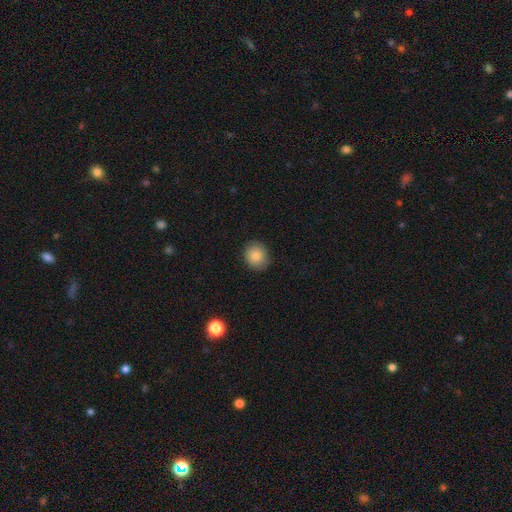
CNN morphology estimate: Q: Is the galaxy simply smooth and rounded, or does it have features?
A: smooth — 84%.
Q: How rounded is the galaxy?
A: round — 74%.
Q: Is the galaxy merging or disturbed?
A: none — 86%.